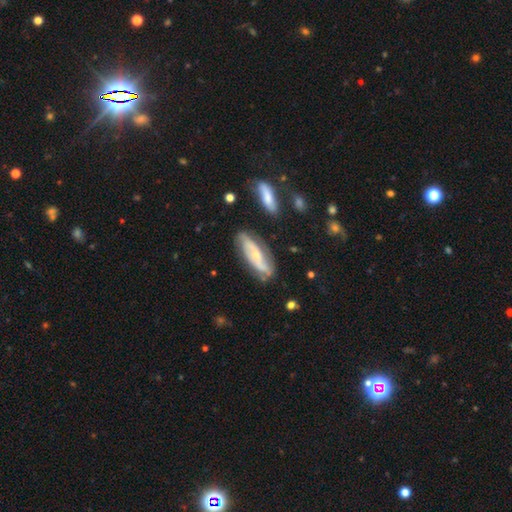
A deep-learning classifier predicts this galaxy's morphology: type=featured or disk (69%); edge-on=no (81%); bar=no (59%); spiral arms=yes (84%); bulge=small (59%); merging=none (74%).